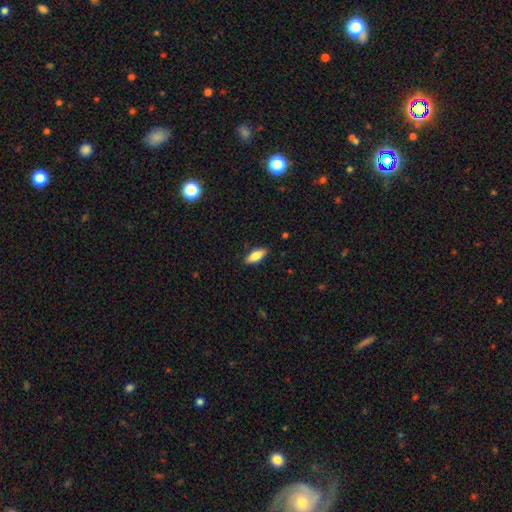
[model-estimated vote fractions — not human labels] smooth 77%, featured or disk 16%, star or artifact 6%. Down the decision tree: how rounded — in between (71%); merging — none (87%).